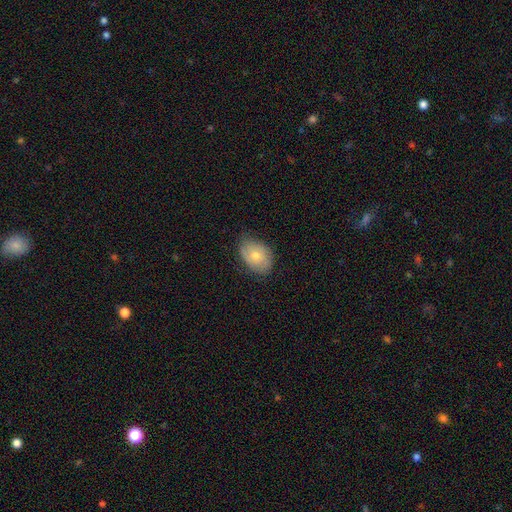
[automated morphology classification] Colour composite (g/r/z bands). It shows a smooth galaxy with no disk features (66%) that is in between round and cigar-shaped (77%). Merging: none (69%).